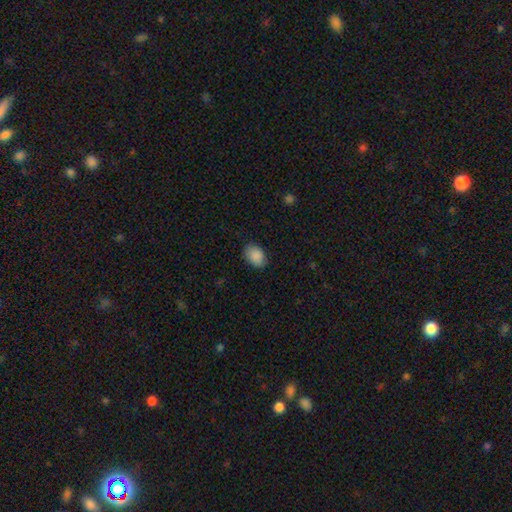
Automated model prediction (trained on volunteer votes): A smooth galaxy with no disk features (89%) that is in between round and cigar-shaped (79%).

Vote fractions:
- Smooth or featured? smooth: 89% / star or artifact: 7% / featured or disk: 3%
- How rounded? in between: 79% / round: 20% / cigar-shaped: 1%
- Merging? none: 83% / minor disturbance: 13% / major disturbance: 3% / merger: 1%